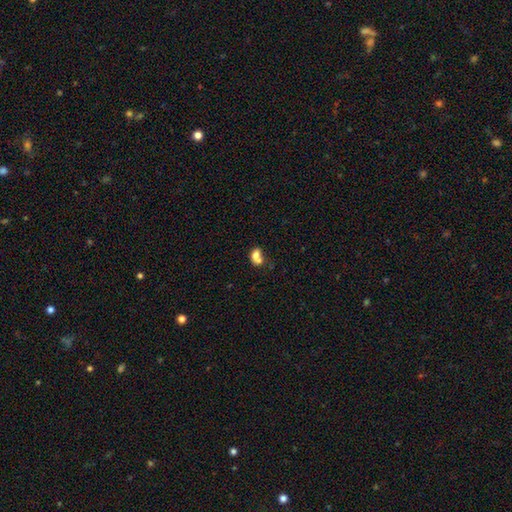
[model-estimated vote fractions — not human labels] This is likely a smooth galaxy (71%). How rounded: likely in between (64%). Merging: possibly merger (57%).